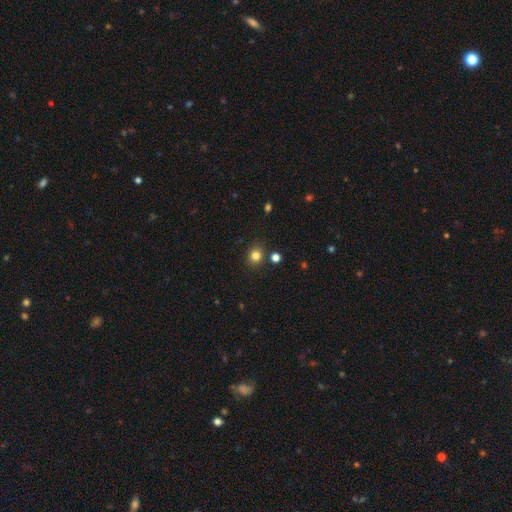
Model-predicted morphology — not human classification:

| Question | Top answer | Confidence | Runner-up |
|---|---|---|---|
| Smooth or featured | smooth | 81% | star or artifact (14%) |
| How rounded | round | 83% | in between (16%) |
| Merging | none | 85% | minor disturbance (8%) |